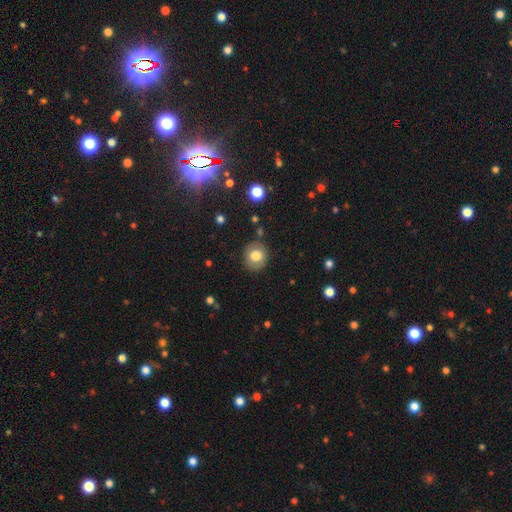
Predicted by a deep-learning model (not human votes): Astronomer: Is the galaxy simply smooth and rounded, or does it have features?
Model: smooth — 76%.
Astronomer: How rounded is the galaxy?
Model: round — 83%.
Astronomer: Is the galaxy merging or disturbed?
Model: none — 86%.